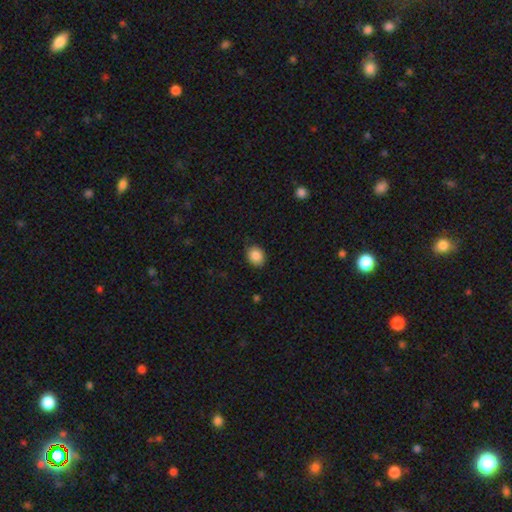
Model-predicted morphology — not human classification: Smooth or featured? Predicted: smooth (p=0.87). How rounded? Predicted: round (p=0.55). Merging? Predicted: none (p=0.82).